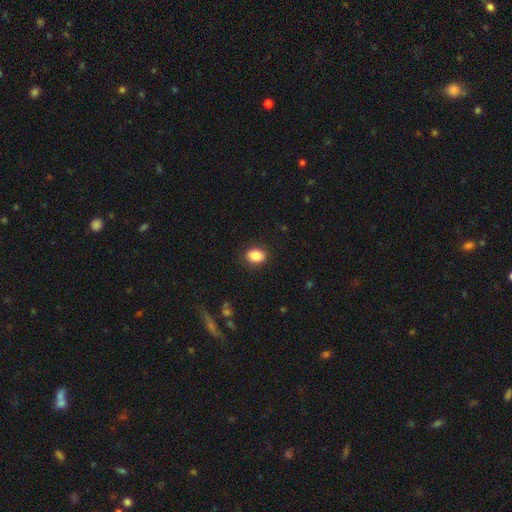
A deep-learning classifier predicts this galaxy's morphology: smooth_or_featured: smooth (p=0.86) [alt: star or artifact p=0.09]
how_rounded: in between (p=0.68) [alt: round p=0.31]
merging: none (p=0.88) [alt: minor disturbance p=0.09]